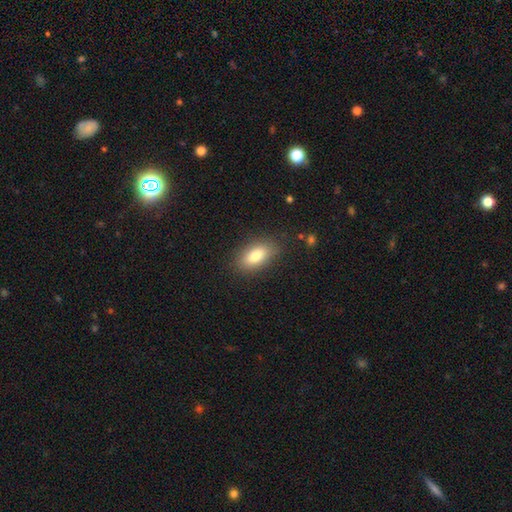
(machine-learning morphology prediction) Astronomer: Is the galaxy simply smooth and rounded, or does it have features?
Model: smooth — 80%.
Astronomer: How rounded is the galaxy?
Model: in between — 88%.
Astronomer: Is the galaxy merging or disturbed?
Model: none — 85%.